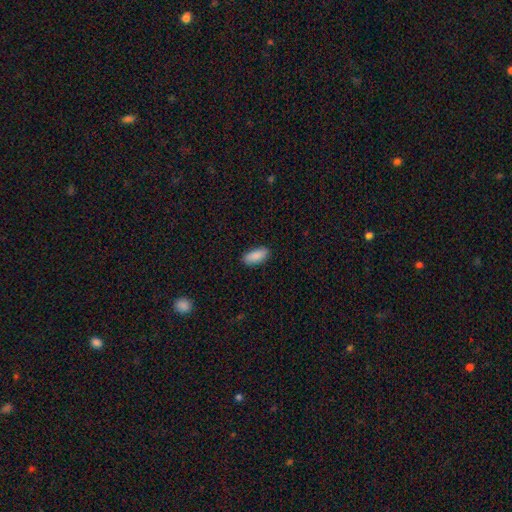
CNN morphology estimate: smooth-or-featured: smooth: 89% | star or artifact: 6% | featured or disk: 5%
  how-rounded: in between: 88% | cigar-shaped: 10% | round: 2%
  merging: none: 88% | minor disturbance: 9% | major disturbance: 2% | merger: 1%